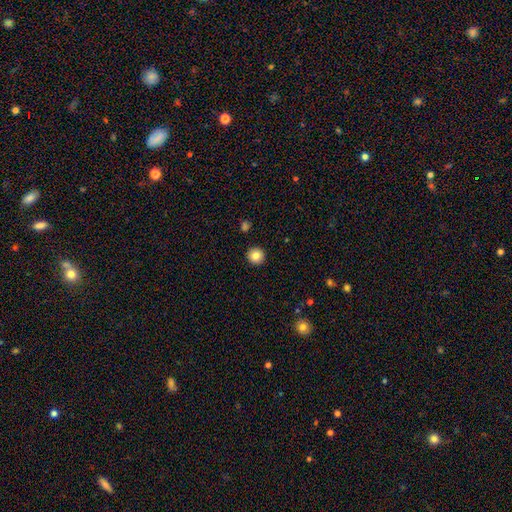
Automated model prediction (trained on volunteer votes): Smooth or featured? Predicted: smooth (p=0.84). How rounded? Predicted: round (p=0.94). Merging? Predicted: none (p=0.93).